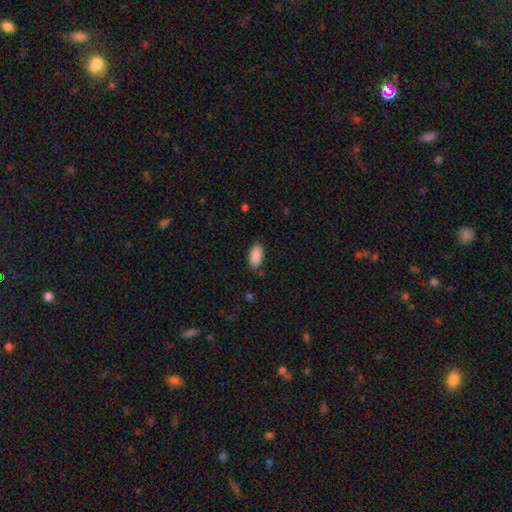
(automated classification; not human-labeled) Overall: smooth (90%). How rounded: in between (94%). Merging: none (82%).